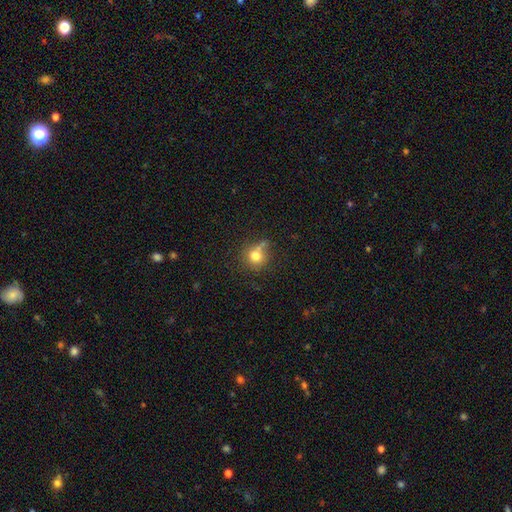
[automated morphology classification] smooth 76%, star or artifact 13%, featured or disk 11%. Down the decision tree: how rounded — round (87%); merging — none (58%).